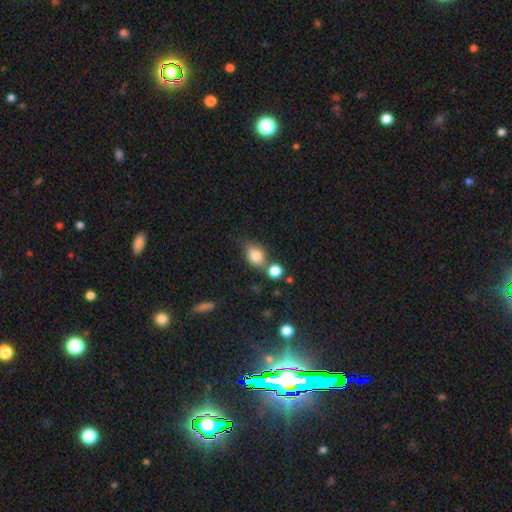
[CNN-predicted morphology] smooth 79%, featured or disk 11%, star or artifact 10%. Down the decision tree: how rounded — in between (67%); merging — none (60%).